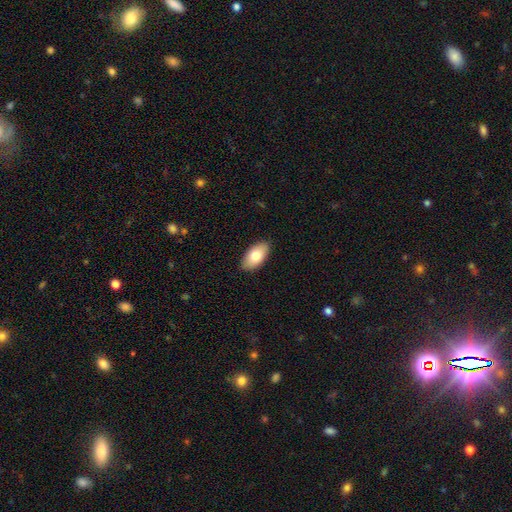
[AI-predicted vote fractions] This appears to be a smooth galaxy with no disk features (78%) that is in between round and cigar-shaped (94%). Merging: none (88%).